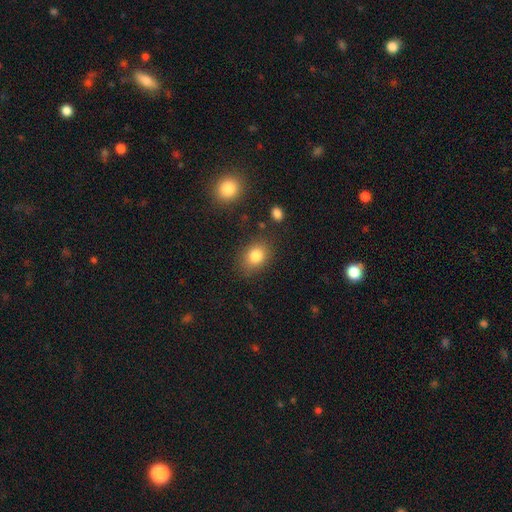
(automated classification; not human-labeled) Smooth or featured? smooth (82%)
How rounded? in between (61%)
Merging? none (79%)